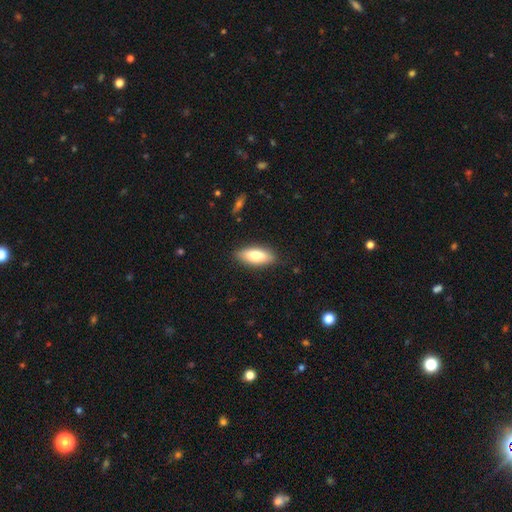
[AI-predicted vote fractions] This appears to be a smooth galaxy with no disk features (76%) that is in between round and cigar-shaped (75%). Merging: none (85%).